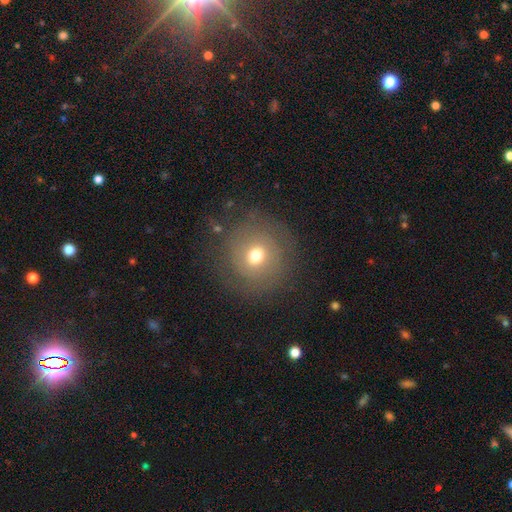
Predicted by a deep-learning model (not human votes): smooth-or-featured: smooth: 58% | featured or disk: 28% | star or artifact: 14%
  how-rounded: round: 90% | in between: 9% | cigar-shaped: 1%
  merging: none: 79% | minor disturbance: 12% | major disturbance: 8% | merger: 2%